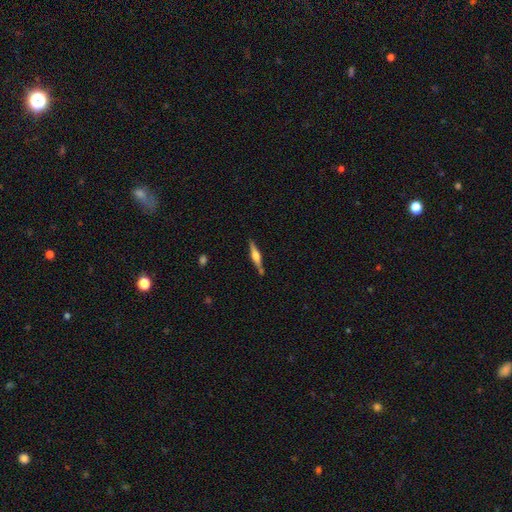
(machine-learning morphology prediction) The model was most divided on "smooth or featured": featured or disk: 65%, smooth: 29%, star or artifact: 6%. More confident: edge-on disk — yes (97%); edge-on bulge — rounded (81%); merging — none (81%).